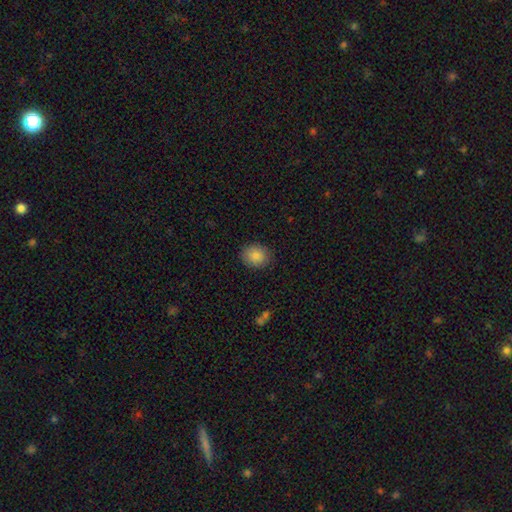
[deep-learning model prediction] smooth 85%, star or artifact 9%, featured or disk 6%. Down the decision tree: how rounded — round (65%); merging — none (87%).